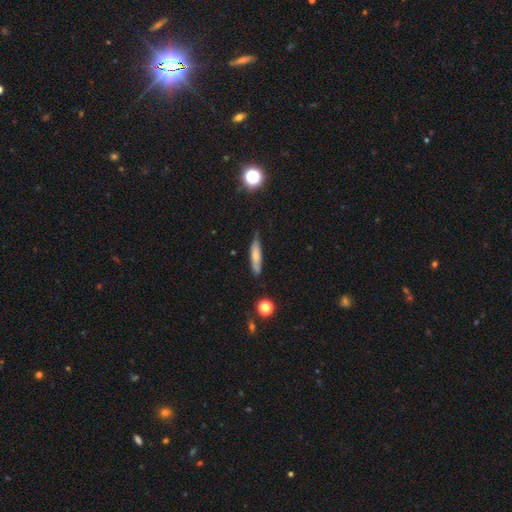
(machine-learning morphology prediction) smooth 68%, featured or disk 24%, star or artifact 8%. Down the decision tree: how rounded — cigar-shaped (82%); merging — none (74%).